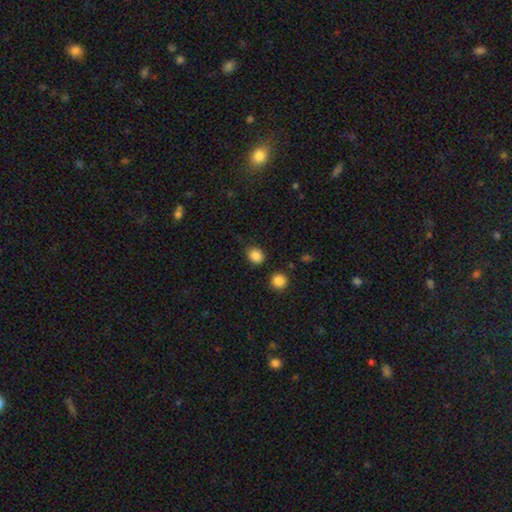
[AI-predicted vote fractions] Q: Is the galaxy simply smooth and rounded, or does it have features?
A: smooth — 85%.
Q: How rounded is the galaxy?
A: round — 72%.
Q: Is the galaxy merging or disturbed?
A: none — 80%.